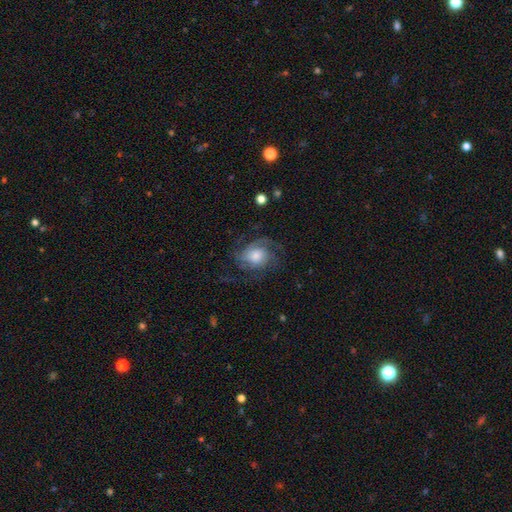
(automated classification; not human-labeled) Q: Smooth or featured?
A: featured or disk (81%); runner-up: smooth (12%)
Q: Edge-on disk?
A: no (98%); runner-up: yes (2%)
Q: Bar?
A: no (73%); runner-up: weak (23%)
Q: Spiral arms?
A: yes (96%); runner-up: no (4%)
Q: Spiral winding?
A: tight (43%); tied with: medium (43%)
Q: Spiral arm count?
A: 3 (35%); runner-up: can't tell (20%)
Q: Bulge size?
A: moderate (47%); runner-up: large (30%)
Q: Merging?
A: none (68%); runner-up: minor disturbance (16%)